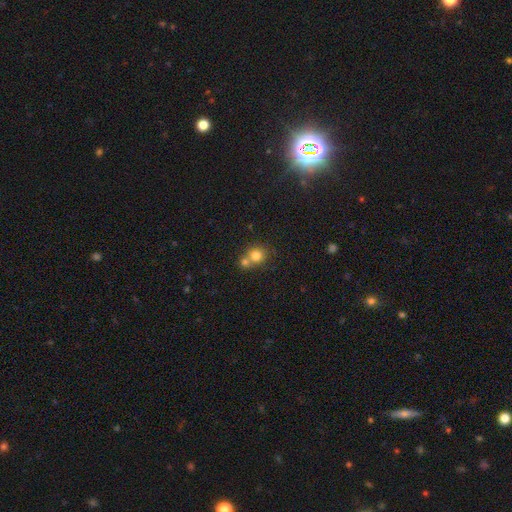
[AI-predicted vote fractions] This is likely a smooth galaxy (78%). How rounded: clearly round (83%). Merging: possibly merger (46%).